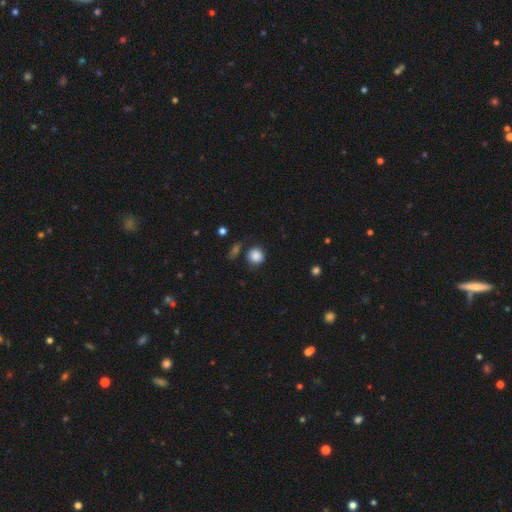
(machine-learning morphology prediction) A smooth galaxy with no disk features (86%) that is round (90%). Merging: none (76%).